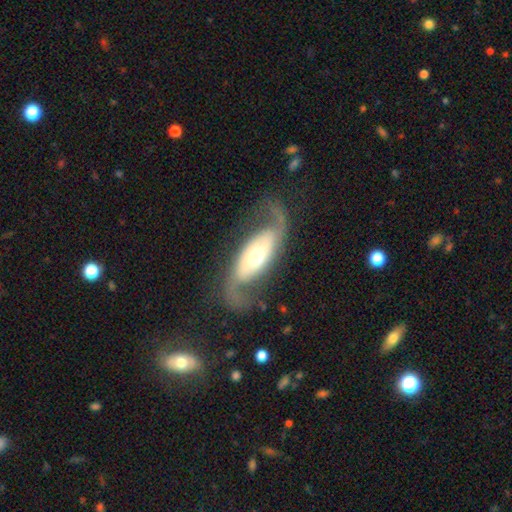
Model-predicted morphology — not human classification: smooth_or_featured: featured or disk (p=0.82) [alt: smooth p=0.13]
disk_edge_on: no (p=0.90) [alt: yes p=0.10]
bar: no (p=0.59) [alt: weak p=0.24]
has_spiral_arms: yes (p=0.90) [alt: no p=0.10]
spiral_winding: loose (p=0.66) [alt: medium p=0.26]
spiral_arm_count: 2 (p=0.91) [alt: 1 p=0.03]
bulge_size: moderate (p=0.64) [alt: large p=0.20]
merging: none (p=0.69) [alt: minor disturbance p=0.15]